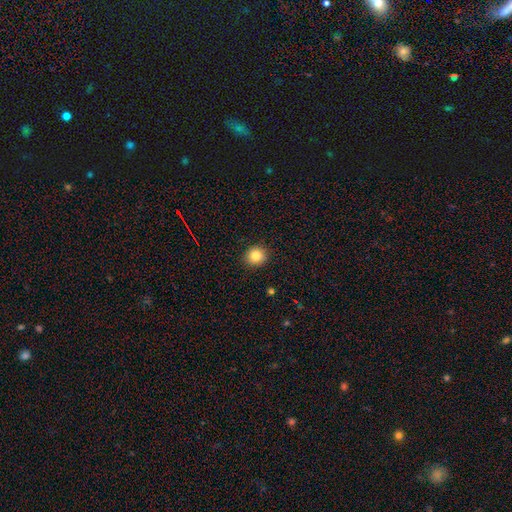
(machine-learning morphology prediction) Overall: smooth (83%). How rounded: round (85%). Merging: none (91%).